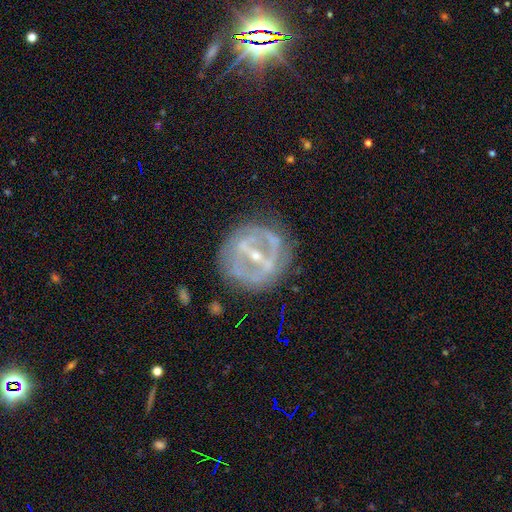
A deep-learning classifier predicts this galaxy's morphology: The model was most divided on "spiral arms": no: 59%, yes: 41%. More confident: edge-on disk — no (92%); smooth or featured — featured or disk (81%); merging — none (74%); bar — strong (70%); bulge size — small (65%).